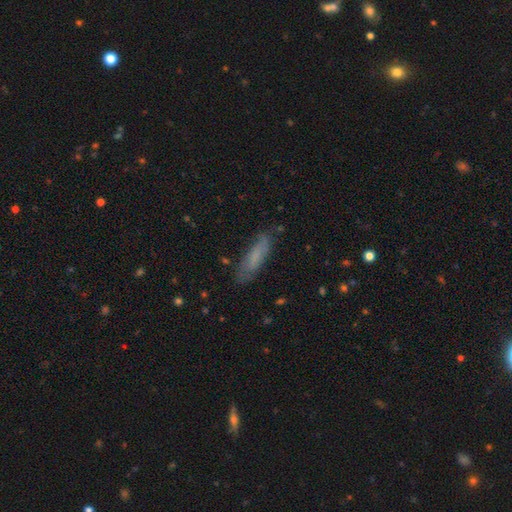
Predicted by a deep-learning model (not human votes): smooth_or_featured: smooth (p=0.70) [alt: featured or disk p=0.22]
how_rounded: cigar-shaped (p=0.66) [alt: in between p=0.32]
merging: none (p=0.78) [alt: minor disturbance p=0.16]